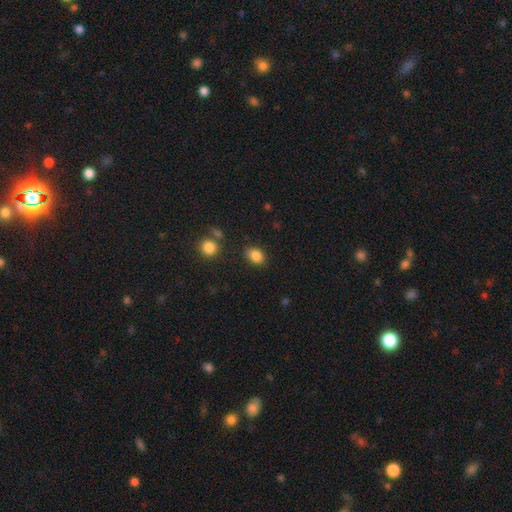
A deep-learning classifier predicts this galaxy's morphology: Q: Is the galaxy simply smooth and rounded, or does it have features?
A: smooth — 86%.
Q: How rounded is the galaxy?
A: in between — 72%.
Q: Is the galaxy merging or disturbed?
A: none — 79%.